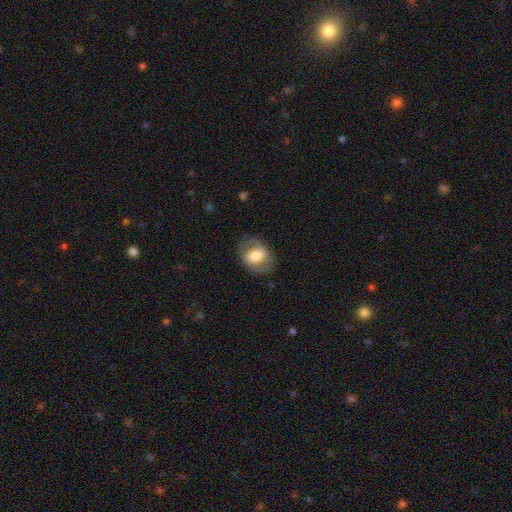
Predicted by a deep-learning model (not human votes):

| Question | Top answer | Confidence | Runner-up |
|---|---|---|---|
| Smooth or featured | smooth | 51% | featured or disk (42%) |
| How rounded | in between | 70% | round (29%) |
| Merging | none | 73% | minor disturbance (16%) |